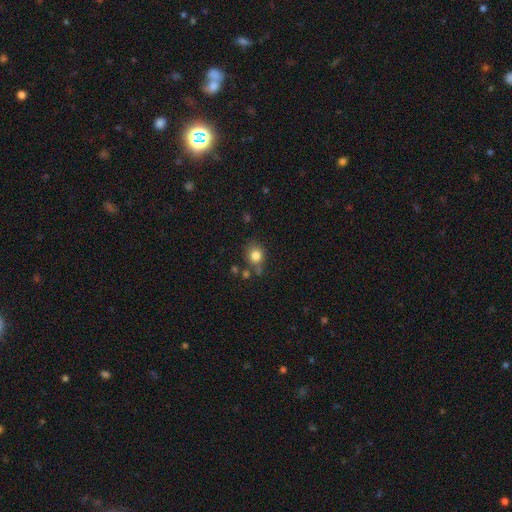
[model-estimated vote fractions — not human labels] Smooth or featured? smooth (82%)
How rounded? round (76%)
Merging? none (64%)